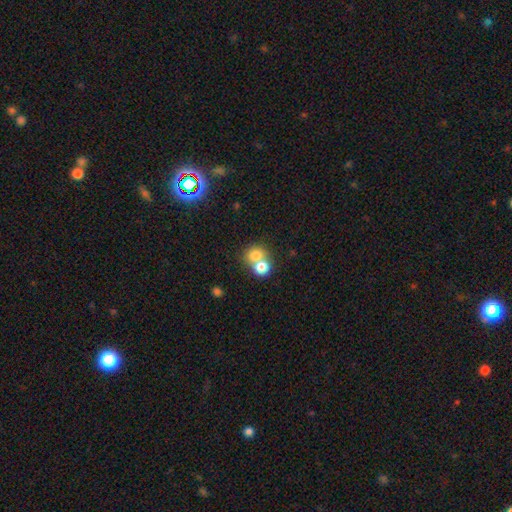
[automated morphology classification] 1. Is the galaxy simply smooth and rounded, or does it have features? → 76% smooth, 14% featured or disk, 10% star or artifact.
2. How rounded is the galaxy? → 64% round, 35% in between, 1% cigar-shaped.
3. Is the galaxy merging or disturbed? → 63% merger, 28% none, 5% minor disturbance, 3% major disturbance.